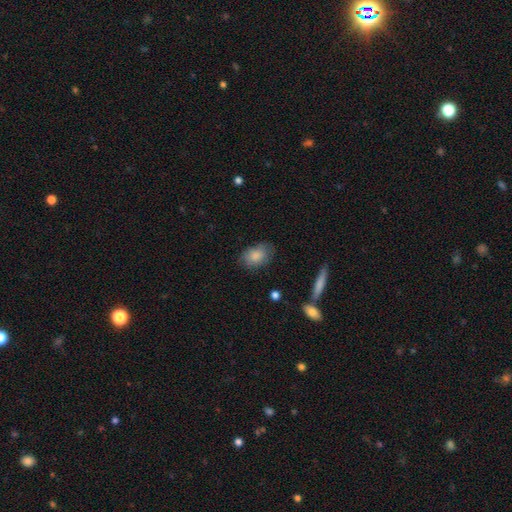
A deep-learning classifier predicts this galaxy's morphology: Smooth or featured?
  - smooth: 84% *
  - featured or disk: 10%
  - star or artifact: 7%
How rounded?
  - in between: 81% *
  - round: 18%
  - cigar-shaped: 2%
Merging?
  - none: 74% *
  - minor disturbance: 19%
  - major disturbance: 5%
  - merger: 2%